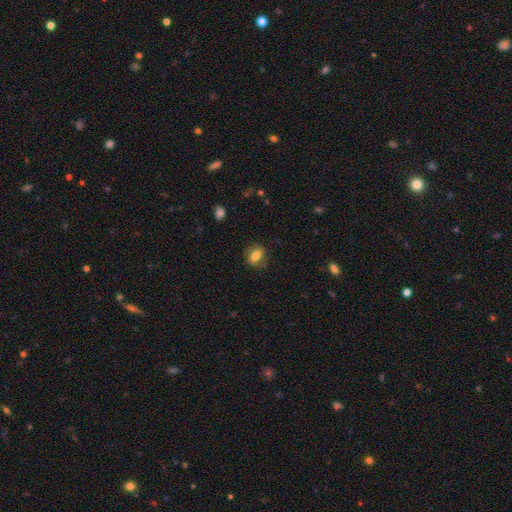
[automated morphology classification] smooth-or-featured: smooth: 77% | featured or disk: 14% | star or artifact: 9%
  how-rounded: in between: 63% | round: 35% | cigar-shaped: 2%
  merging: none: 78% | minor disturbance: 16% | major disturbance: 5% | merger: 1%